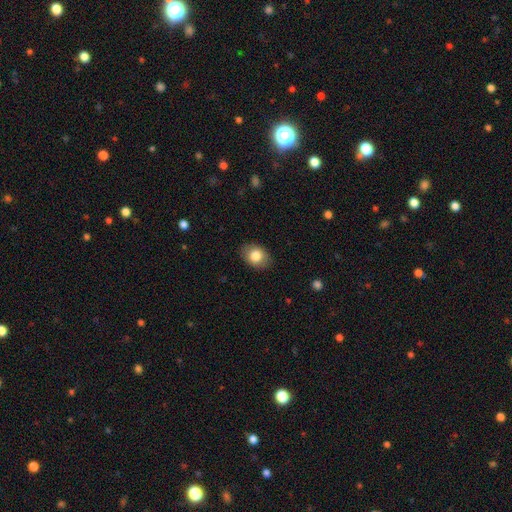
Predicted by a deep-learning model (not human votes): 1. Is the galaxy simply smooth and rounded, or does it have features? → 81% smooth, 11% featured or disk, 8% star or artifact.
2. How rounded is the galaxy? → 73% in between, 26% round, 1% cigar-shaped.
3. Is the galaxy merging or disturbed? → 86% none, 10% minor disturbance, 2% major disturbance, 1% merger.